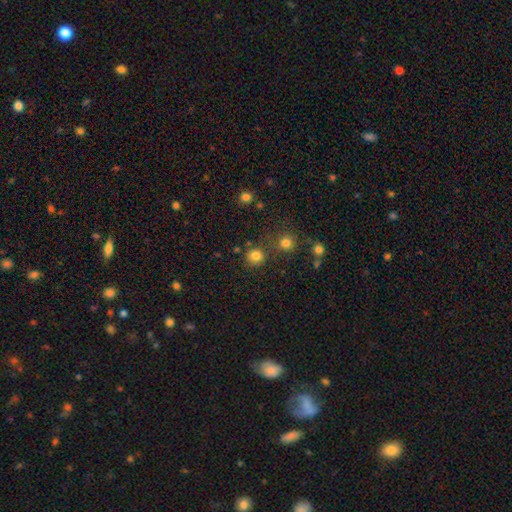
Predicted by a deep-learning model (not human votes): smooth_or_featured: smooth (p=0.81) [alt: star or artifact p=0.14]
how_rounded: round (p=0.91) [alt: in between p=0.08]
merging: none (p=0.79) [alt: merger p=0.09]